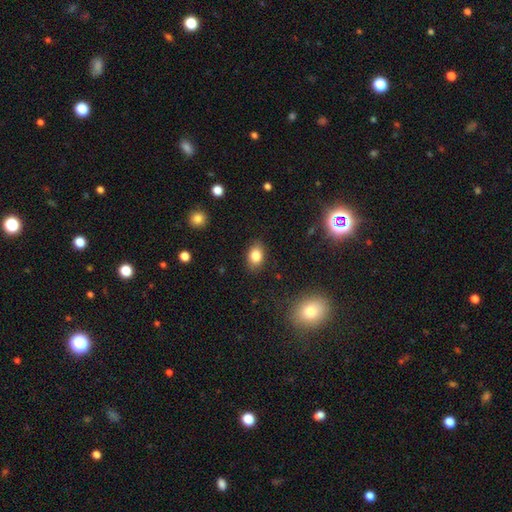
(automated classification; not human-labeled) Overall: smooth (83%). How rounded: in between (81%). Merging: none (86%).